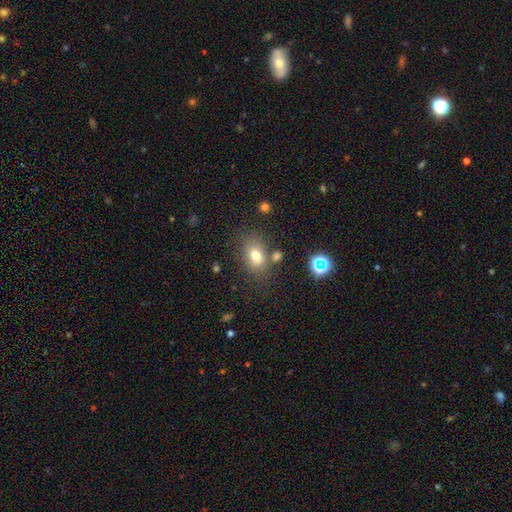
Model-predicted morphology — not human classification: Smooth or featured? smooth (75%)
How rounded? in between (73%)
Merging? none (70%)